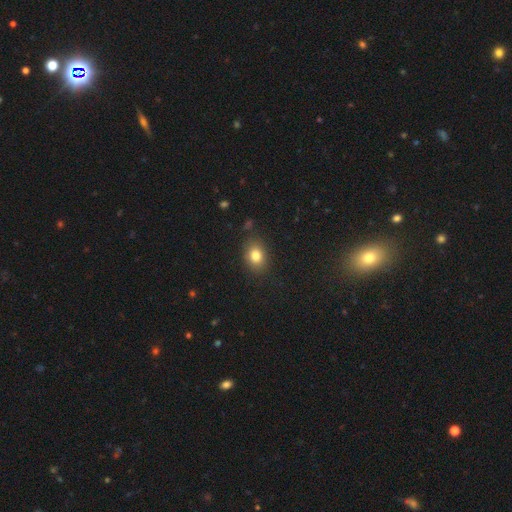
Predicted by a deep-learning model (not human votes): A smooth galaxy with no disk features (81%) that is in between round and cigar-shaped (60%).

Vote fractions:
- Smooth or featured? smooth: 81% / star or artifact: 11% / featured or disk: 8%
- How rounded? in between: 60% / round: 38% / cigar-shaped: 1%
- Merging? none: 84% / minor disturbance: 11% / major disturbance: 3% / merger: 2%